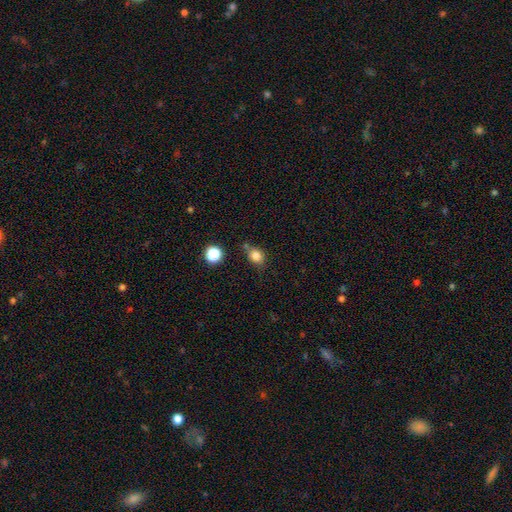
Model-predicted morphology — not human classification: Smooth or featured: smooth — 82% (star or artifact — 12%)
How rounded: round — 58% (in between — 41%)
Merging: none — 64% (minor disturbance — 19%)